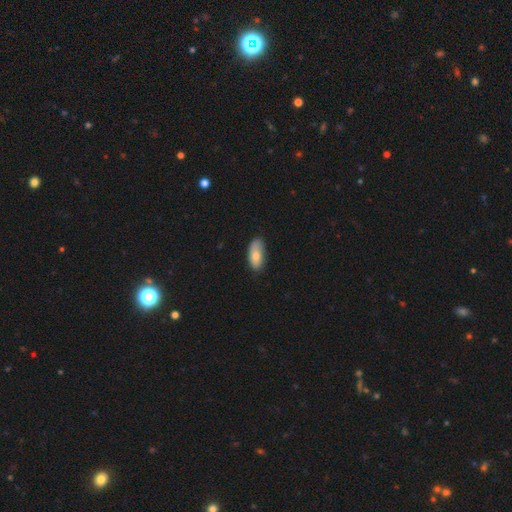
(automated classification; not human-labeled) Q: Smooth or featured?
A: smooth (77%); runner-up: featured or disk (16%)
Q: How rounded?
A: in between (89%); runner-up: cigar-shaped (8%)
Q: Merging?
A: none (72%); runner-up: minor disturbance (23%)